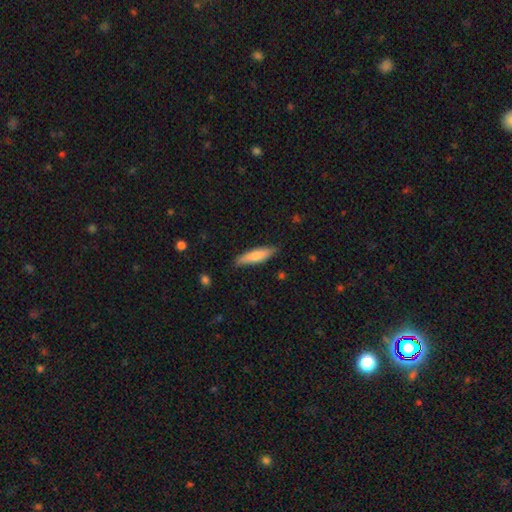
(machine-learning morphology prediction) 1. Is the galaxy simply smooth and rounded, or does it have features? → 74% smooth, 21% featured or disk, 5% star or artifact.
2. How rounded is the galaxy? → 67% cigar-shaped, 32% in between, 2% round.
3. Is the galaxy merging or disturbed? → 81% none, 15% minor disturbance, 2% major disturbance, 1% merger.